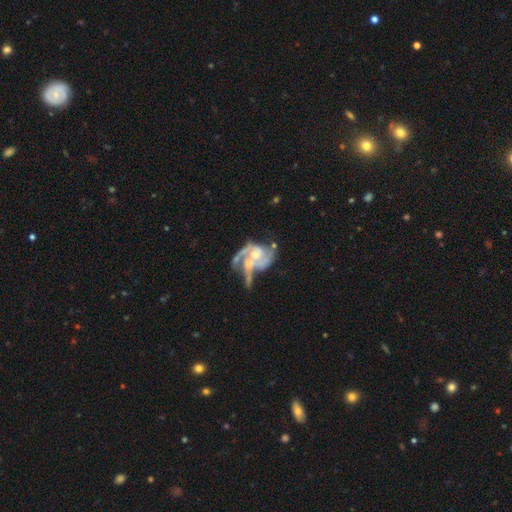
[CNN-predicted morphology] A featured or disk galaxy (86%) with no bar (69%), 2 (41%) medium (49%) spiral arms (92%) and a moderate central bulge (46%).

Vote fractions:
- Smooth or featured? featured or disk: 86% / smooth: 8% / star or artifact: 6%
- Edge-on disk? no: 98% / yes: 2%
- Bar? no: 69% / weak: 25% / strong: 6%
- Spiral arms? yes: 92% / no: 8%
- Spiral winding? medium: 49% / tight: 30% / loose: 21%
- Spiral arm count? 2: 41% / 3: 30% / can't tell: 14% / 4: 5% / 1: 5% / more than 4: 4%
- Bulge size? moderate: 46% / small: 38% / none: 9% / large: 5% / dominant: 2%
- Merging? none: 29% / major disturbance: 27% / merger: 26% / minor disturbance: 17%